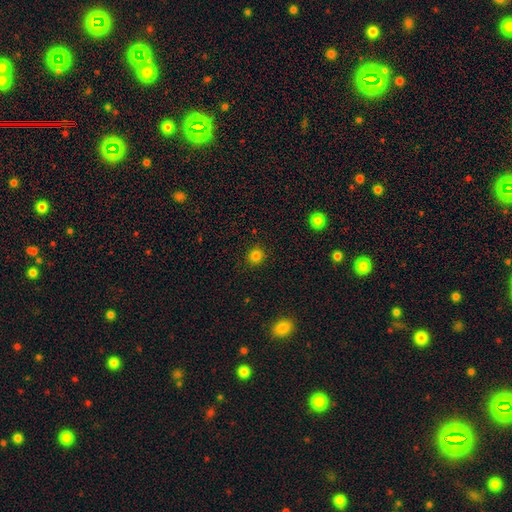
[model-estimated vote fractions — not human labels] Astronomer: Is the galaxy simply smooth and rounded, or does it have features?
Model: smooth — 81%.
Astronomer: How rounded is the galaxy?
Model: round — 89%.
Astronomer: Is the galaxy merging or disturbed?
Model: none — 91%.